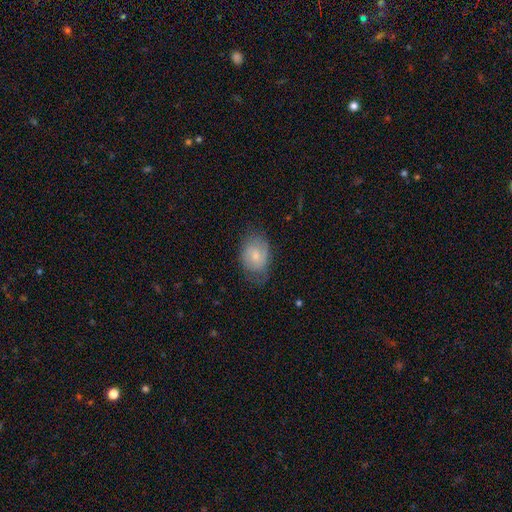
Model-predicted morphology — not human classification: type=smooth (60%); roundness=in between (76%); merging=none (63%).